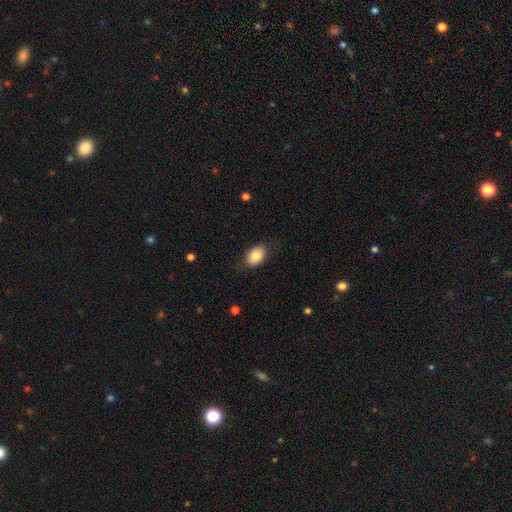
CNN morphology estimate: Smooth or featured?
  - smooth: 83% *
  - featured or disk: 10%
  - star or artifact: 7%
How rounded?
  - in between: 85% *
  - round: 13%
  - cigar-shaped: 1%
Merging?
  - none: 79% *
  - minor disturbance: 15%
  - major disturbance: 4%
  - merger: 1%